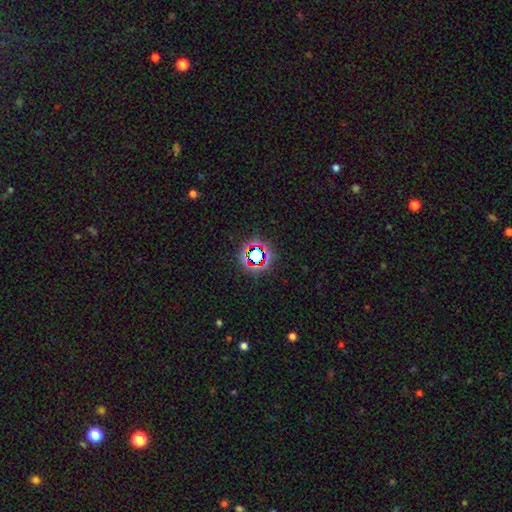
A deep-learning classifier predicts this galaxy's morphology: The model was most divided on "smooth or featured": star or artifact: 69%, smooth: 20%, featured or disk: 11%.